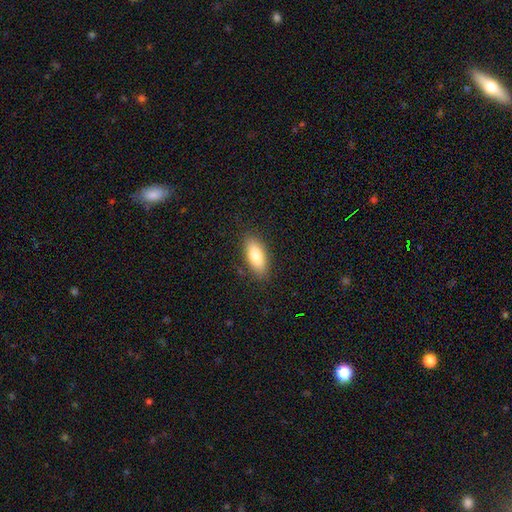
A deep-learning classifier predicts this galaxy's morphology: type=smooth (82%); roundness=in between (82%); merging=none (85%).